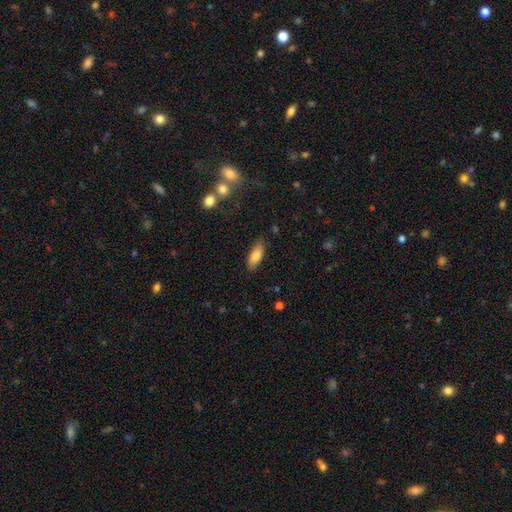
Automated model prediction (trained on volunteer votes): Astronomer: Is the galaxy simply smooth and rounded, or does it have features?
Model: smooth — 80%.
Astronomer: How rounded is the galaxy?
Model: in between — 71%.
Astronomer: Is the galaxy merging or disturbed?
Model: none — 83%.